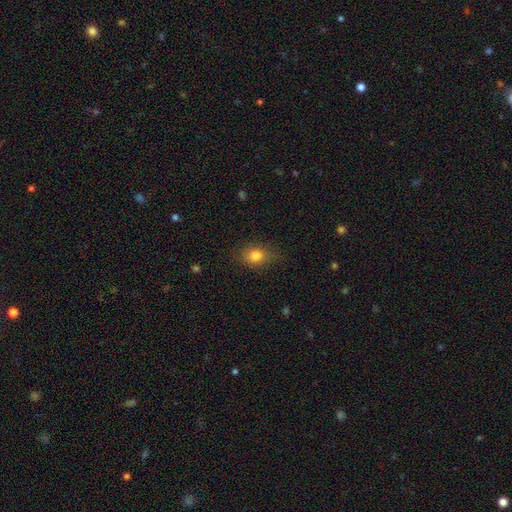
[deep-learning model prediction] Q: Smooth or featured?
A: smooth (82%); runner-up: star or artifact (10%)
Q: How rounded?
A: in between (64%); runner-up: round (34%)
Q: Merging?
A: none (71%); runner-up: minor disturbance (21%)